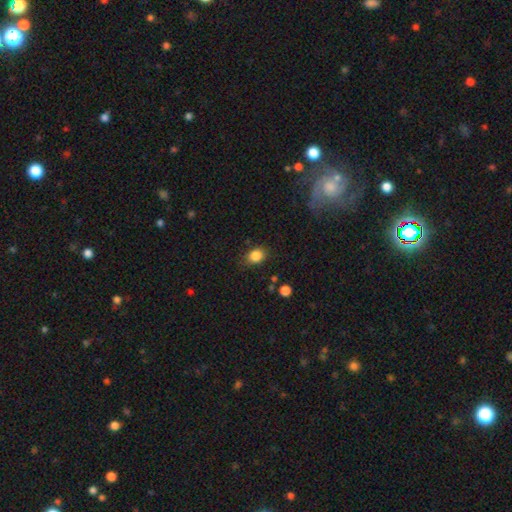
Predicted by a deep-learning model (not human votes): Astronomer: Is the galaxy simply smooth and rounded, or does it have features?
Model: smooth — 85%.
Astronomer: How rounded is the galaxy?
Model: round — 51% (runner-up: in between, 48%).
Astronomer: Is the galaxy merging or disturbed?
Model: none — 81%.